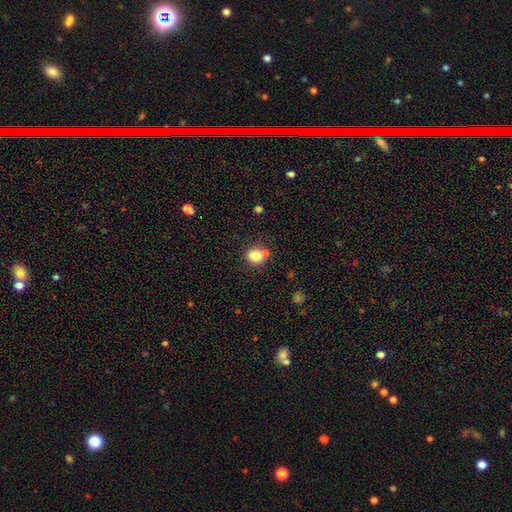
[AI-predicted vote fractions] Smooth or featured? Predicted: smooth (p=0.80). How rounded? Predicted: round (p=0.88). Merging? Predicted: none (p=0.66).